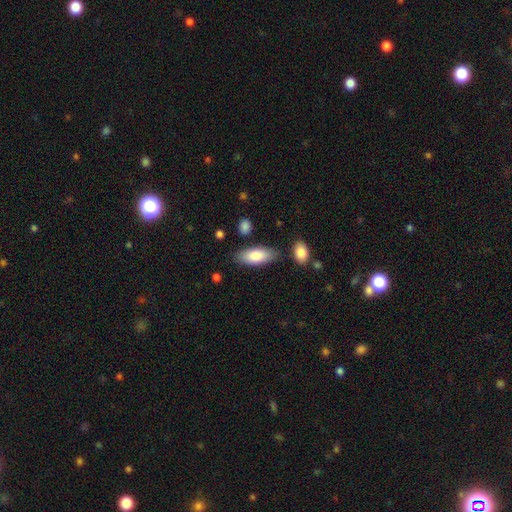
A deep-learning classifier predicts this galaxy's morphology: A smooth galaxy with no disk features (83%) that is in between round and cigar-shaped (79%).

Vote fractions:
- Smooth or featured? smooth: 83% / featured or disk: 12% / star or artifact: 5%
- How rounded? in between: 79% / cigar-shaped: 20% / round: 2%
- Merging? none: 81% / minor disturbance: 12% / merger: 4% / major disturbance: 3%